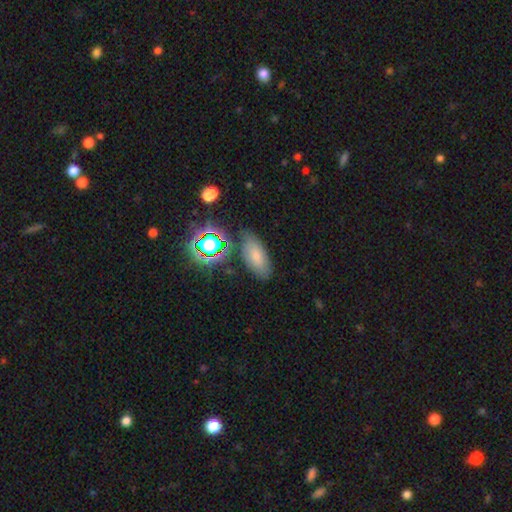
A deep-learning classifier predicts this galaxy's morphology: This appears to be a smooth galaxy with no disk features (66%) that is in between round and cigar-shaped (88%). Merging: none (73%).